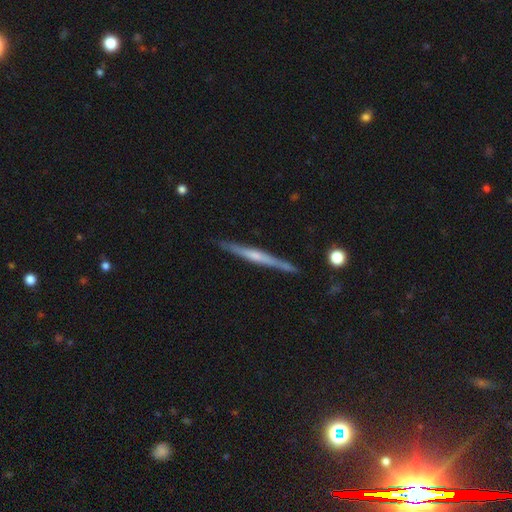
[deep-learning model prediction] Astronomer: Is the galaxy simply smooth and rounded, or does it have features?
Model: featured or disk — 70%.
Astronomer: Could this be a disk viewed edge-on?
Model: yes — 97%.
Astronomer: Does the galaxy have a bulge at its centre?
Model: rounded — 55% (runner-up: none, 34%).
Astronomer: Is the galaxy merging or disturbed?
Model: none — 88%.